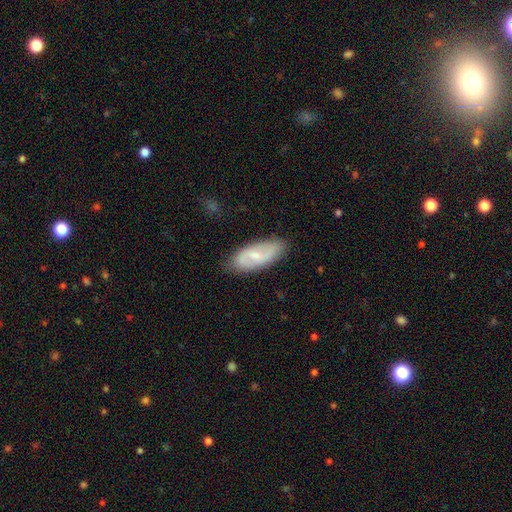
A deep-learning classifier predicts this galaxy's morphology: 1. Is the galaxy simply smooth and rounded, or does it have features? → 59% featured or disk, 35% smooth, 6% star or artifact.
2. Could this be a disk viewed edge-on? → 91% no, 9% yes.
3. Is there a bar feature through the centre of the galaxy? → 54% weak, 24% no, 22% strong.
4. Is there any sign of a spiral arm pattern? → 81% yes, 19% no.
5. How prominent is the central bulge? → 58% small, 32% moderate, 7% none, 2% large, 1% dominant.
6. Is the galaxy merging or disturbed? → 82% none, 14% minor disturbance, 3% major disturbance, 1% merger.